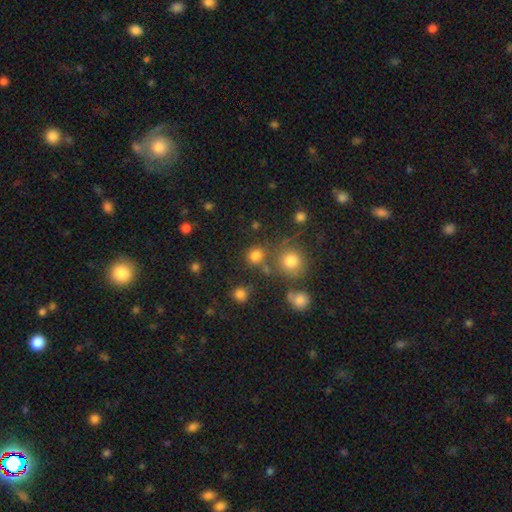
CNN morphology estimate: This appears to be a smooth galaxy with no disk features (78%) that is round (85%). Merging: none (72%).